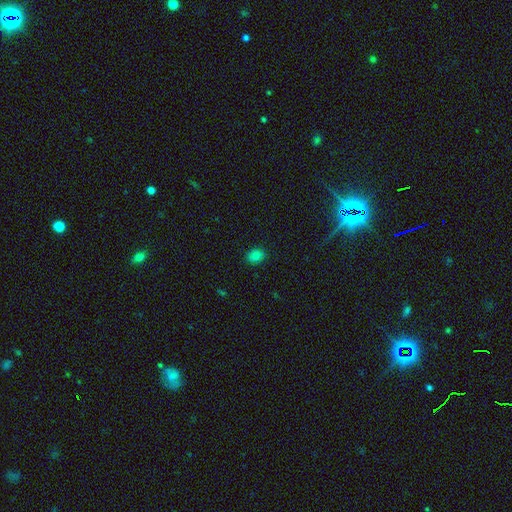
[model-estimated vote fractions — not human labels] Smooth or featured: smooth — 82% (star or artifact — 14%)
How rounded: in between — 56% (round — 43%)
Merging: none — 87% (minor disturbance — 10%)